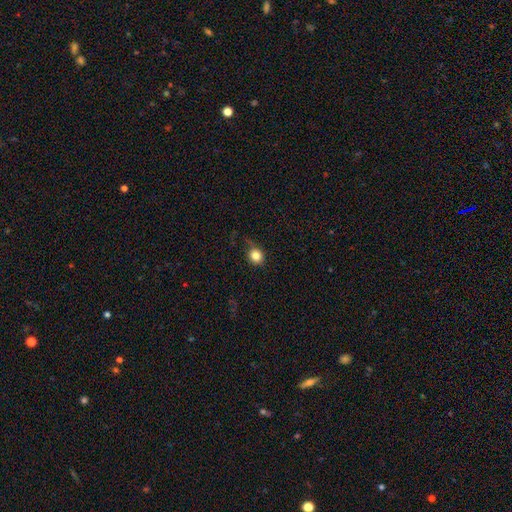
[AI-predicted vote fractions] A smooth galaxy with no disk features (82%) that is round (79%). Merging: none (68%).